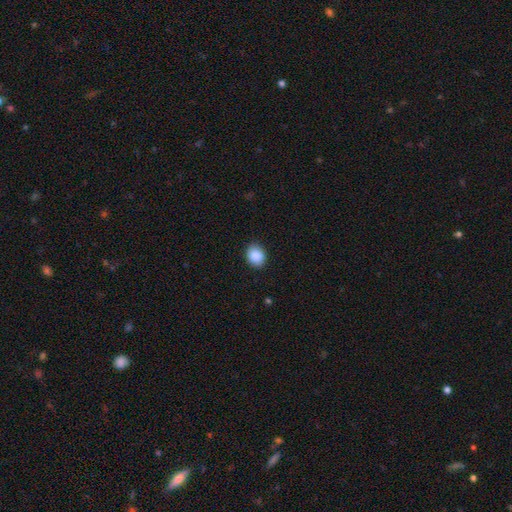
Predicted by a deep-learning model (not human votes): Smooth or featured: smooth — 89% (star or artifact — 7%)
How rounded: in between — 54% (round — 46%)
Merging: none — 88% (minor disturbance — 9%)